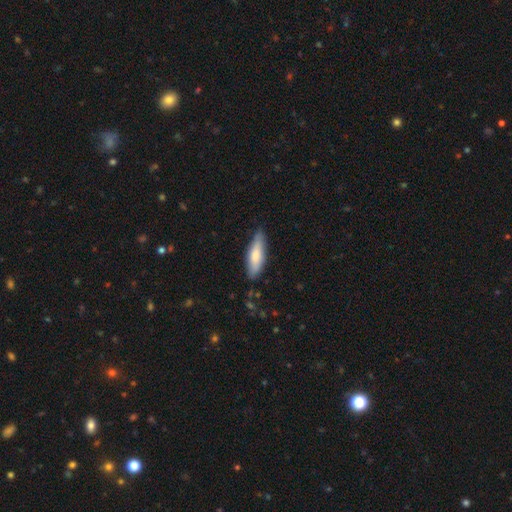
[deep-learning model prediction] Smooth or featured? smooth (73%)
How rounded? cigar-shaped (51%)
Merging? none (80%)